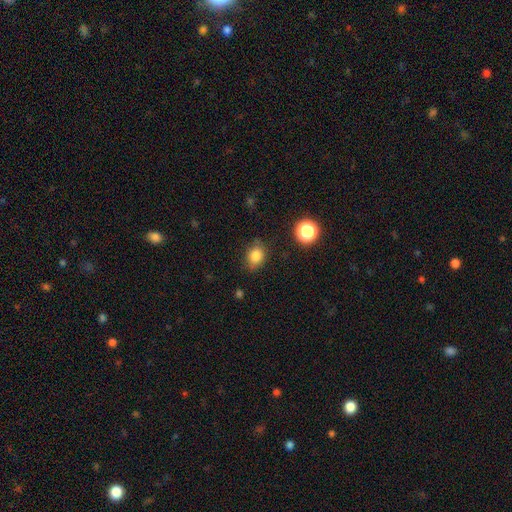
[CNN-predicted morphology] The model was most divided on "how rounded": round: 50%, in between: 49%, cigar-shaped: 1%. More confident: smooth or featured — smooth (83%); merging — none (76%).